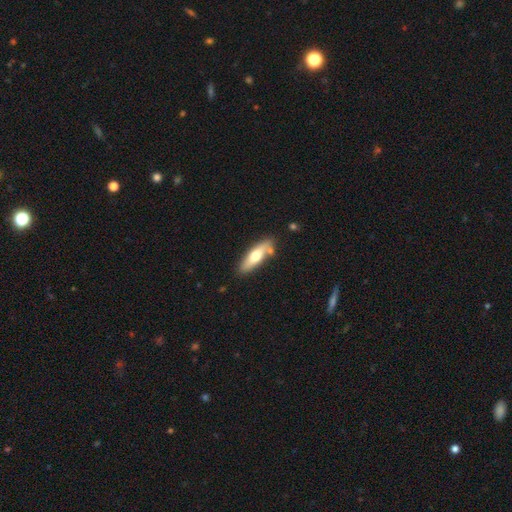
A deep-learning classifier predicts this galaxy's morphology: The model was most divided on "smooth or featured": smooth: 56%, featured or disk: 39%, star or artifact: 5%. More confident: merging — none (78%); how rounded — cigar-shaped (58%).